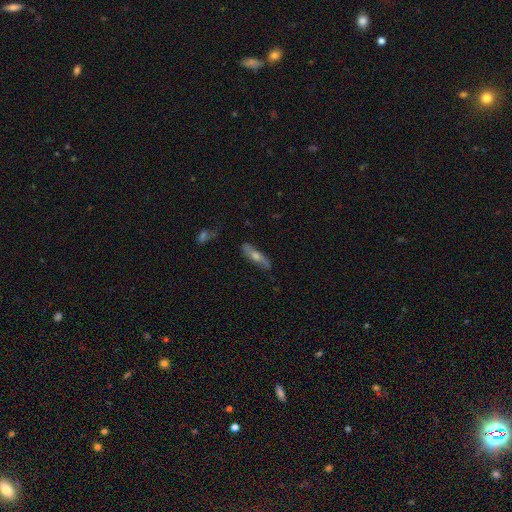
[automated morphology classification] Smooth or featured?
  - featured or disk: 54% *
  - smooth: 39%
  - star or artifact: 8%
Edge-on disk?
  - yes: 61% *
  - no: 39%
Merging?
  - none: 78% *
  - minor disturbance: 16%
  - major disturbance: 5%
  - merger: 2%